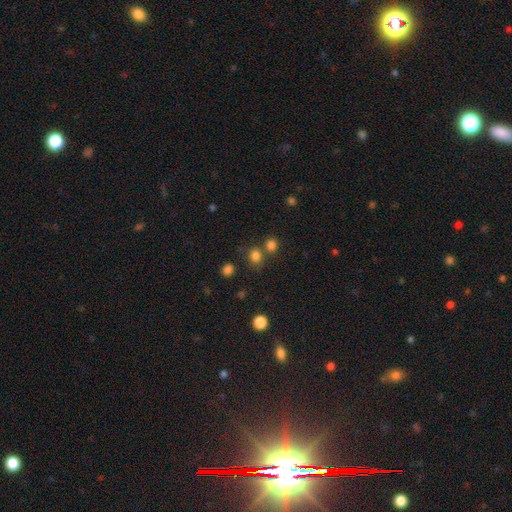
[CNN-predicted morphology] type=smooth (79%); roundness=round (71%); merging=none (65%).